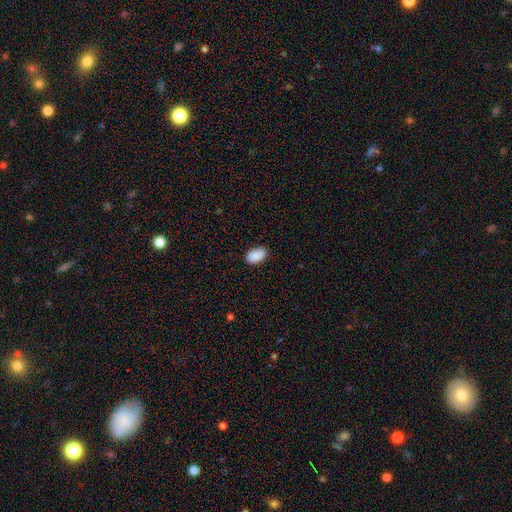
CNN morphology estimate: Smooth or featured?
  - smooth: 90% *
  - star or artifact: 7%
  - featured or disk: 3%
How rounded?
  - in between: 93% *
  - round: 6%
  - cigar-shaped: 1%
Merging?
  - none: 85% *
  - minor disturbance: 11%
  - major disturbance: 2%
  - merger: 1%